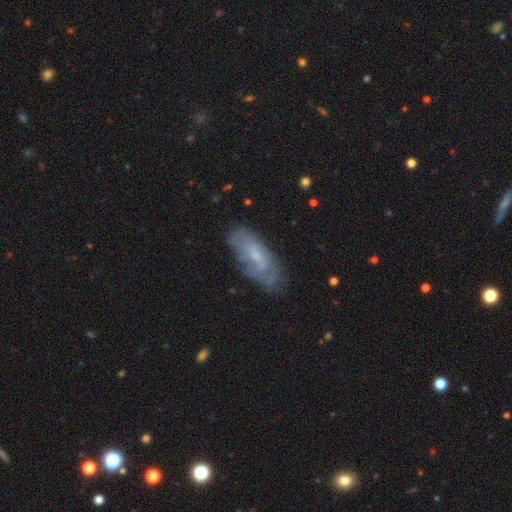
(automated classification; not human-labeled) smooth_or_featured: featured or disk (p=0.56) [alt: smooth p=0.36]
disk_edge_on: no (p=0.86) [alt: yes p=0.14]
merging: none (p=0.69) [alt: minor disturbance p=0.21]